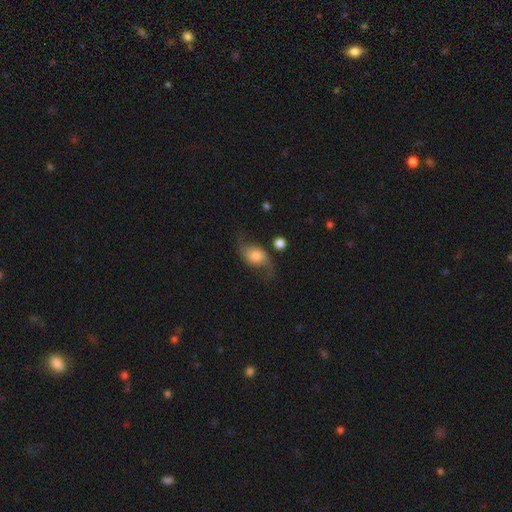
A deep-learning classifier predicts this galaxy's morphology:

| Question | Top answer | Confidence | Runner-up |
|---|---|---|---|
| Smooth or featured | featured or disk | 61% | smooth (30%) |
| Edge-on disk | no | 95% | yes (5%) |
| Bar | no | 69% | weak (26%) |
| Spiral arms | yes | 89% | no (11%) |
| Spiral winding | loose | 85% | medium (12%) |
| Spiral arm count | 2 | 89% | 1 (5%) |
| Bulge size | moderate | 50% | small (22%) |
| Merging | none | 58% | minor disturbance (21%) |